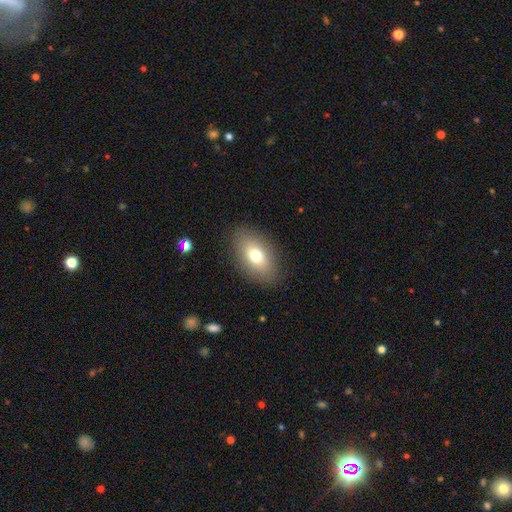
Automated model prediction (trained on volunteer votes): The model was most divided on "smooth or featured": smooth: 75%, featured or disk: 16%, star or artifact: 9%. More confident: how rounded — in between (89%); merging — none (86%).